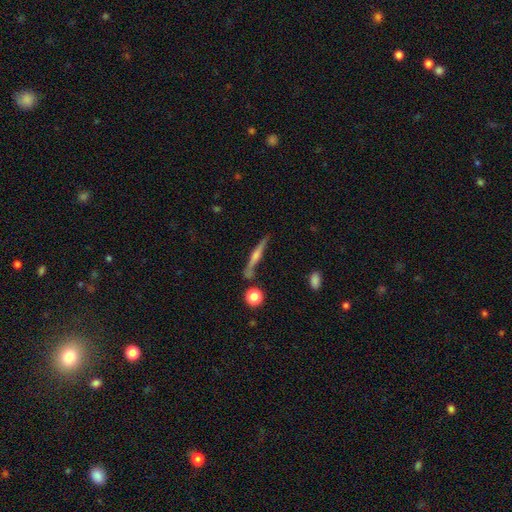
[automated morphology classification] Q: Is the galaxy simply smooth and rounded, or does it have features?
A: featured or disk — 73%.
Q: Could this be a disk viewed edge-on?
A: yes — 97%.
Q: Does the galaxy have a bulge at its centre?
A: rounded — 81%.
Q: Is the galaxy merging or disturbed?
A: none — 82%.